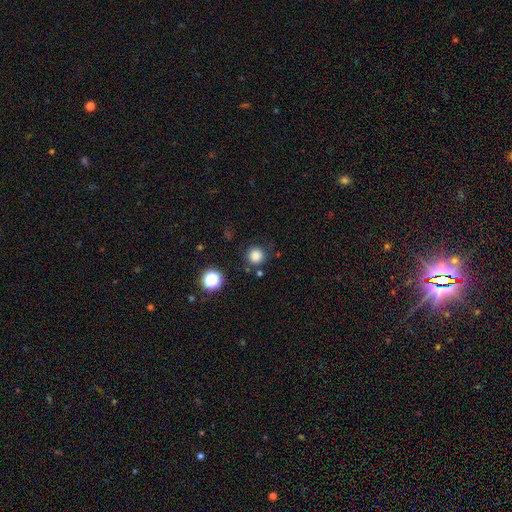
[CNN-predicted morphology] Smooth or featured? Predicted: smooth (p=0.82). How rounded? Predicted: round (p=0.94). Merging? Predicted: none (p=0.83).